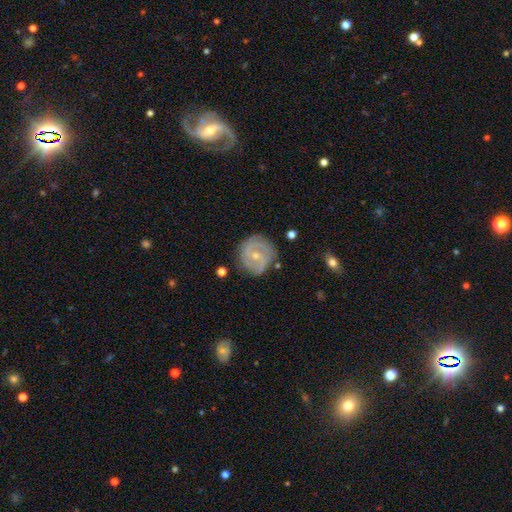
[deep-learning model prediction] Morphology: type=featured or disk (80%); edge-on=no (97%); bar=no (48%); spiral arms=yes (91%); winding=tight (51%); arm count=2 (55%); bulge=small (63%); merging=none (76%).